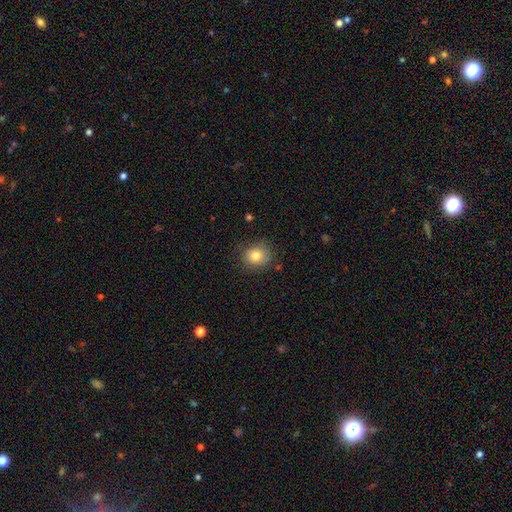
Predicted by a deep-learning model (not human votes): Morphology: type=smooth (80%); roundness=round (77%); merging=none (81%).